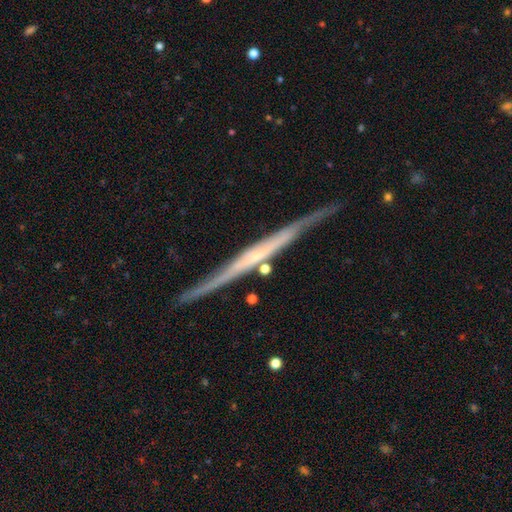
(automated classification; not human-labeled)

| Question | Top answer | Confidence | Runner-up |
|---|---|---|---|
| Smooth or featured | featured or disk | 77% | smooth (18%) |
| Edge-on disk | yes | 97% | no (3%) |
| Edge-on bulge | none | 65% | rounded (25%) |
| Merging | none | 81% | minor disturbance (13%) |